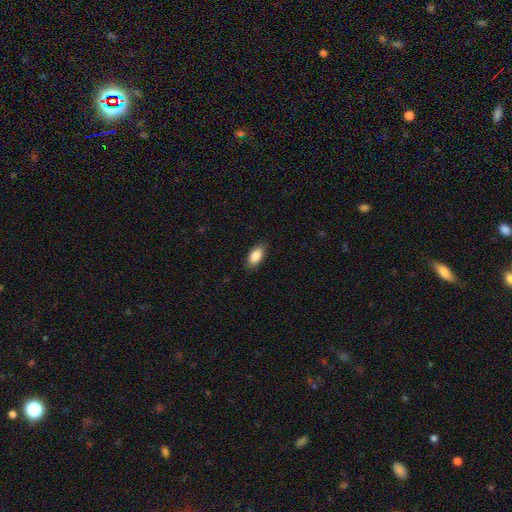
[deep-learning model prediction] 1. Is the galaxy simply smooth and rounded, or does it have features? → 87% smooth, 6% featured or disk, 6% star or artifact.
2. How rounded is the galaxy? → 91% in between, 6% cigar-shaped, 3% round.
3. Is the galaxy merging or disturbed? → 85% none, 11% minor disturbance, 2% major disturbance, 1% merger.